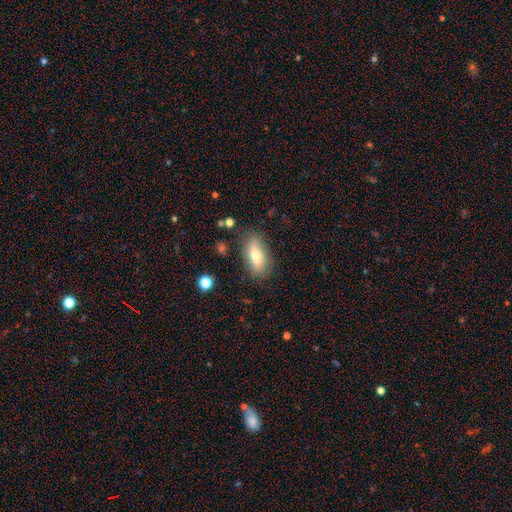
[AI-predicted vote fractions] smooth_or_featured: smooth (p=0.69) [alt: featured or disk p=0.23]
how_rounded: in between (p=0.82) [alt: cigar-shaped p=0.14]
merging: none (p=0.77) [alt: minor disturbance p=0.16]